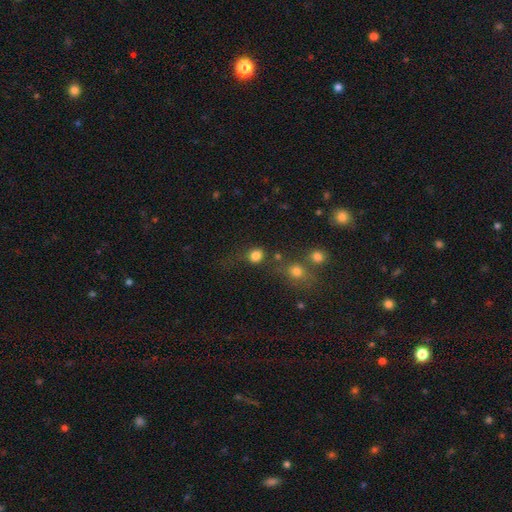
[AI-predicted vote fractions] Smooth or featured: smooth — 81% (star or artifact — 14%)
How rounded: round — 76% (in between — 22%)
Merging: none — 65% (minor disturbance — 14%)